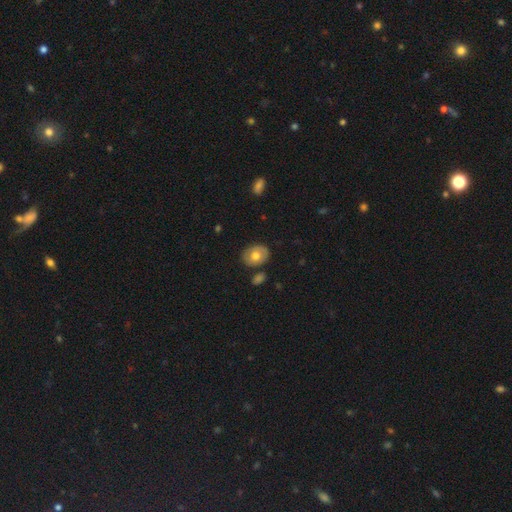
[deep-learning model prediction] Overall: smooth (68%). How rounded: in between (59%; round 40%). Merging: none (81%).